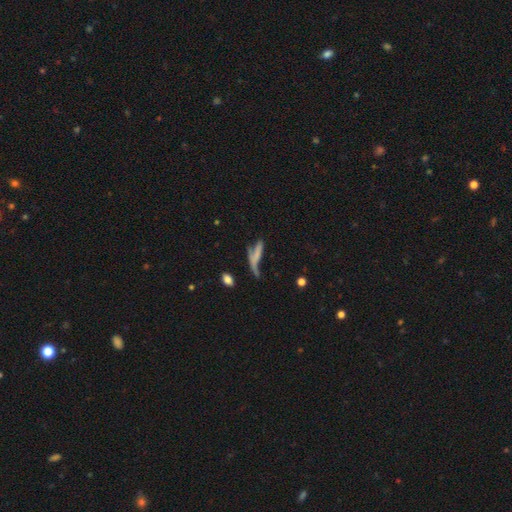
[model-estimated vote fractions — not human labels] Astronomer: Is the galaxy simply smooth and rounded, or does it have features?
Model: smooth — 54% (runner-up: featured or disk, 34%).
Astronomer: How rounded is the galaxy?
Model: cigar-shaped — 75%.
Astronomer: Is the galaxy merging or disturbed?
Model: none — 30% (runner-up: major disturbance, 27%).